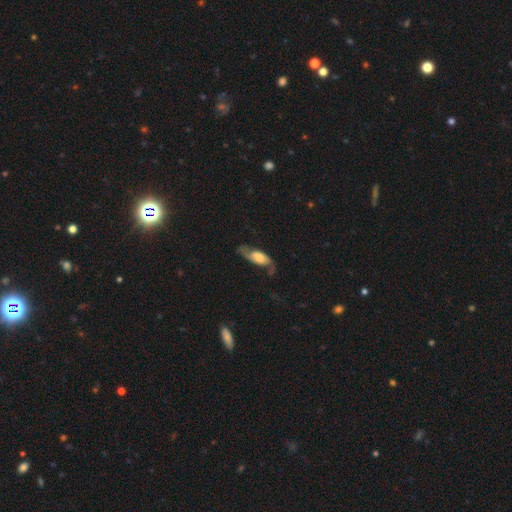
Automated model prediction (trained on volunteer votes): Q: Smooth or featured?
A: featured or disk (62%); runner-up: smooth (31%)
Q: Edge-on disk?
A: no (78%); runner-up: yes (22%)
Q: Merging?
A: none (59%); runner-up: minor disturbance (24%)